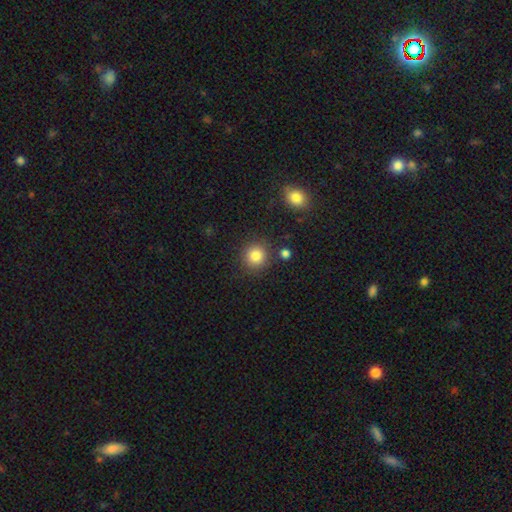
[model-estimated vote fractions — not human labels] Smooth or featured? smooth (84%)
How rounded? round (90%)
Merging? none (84%)